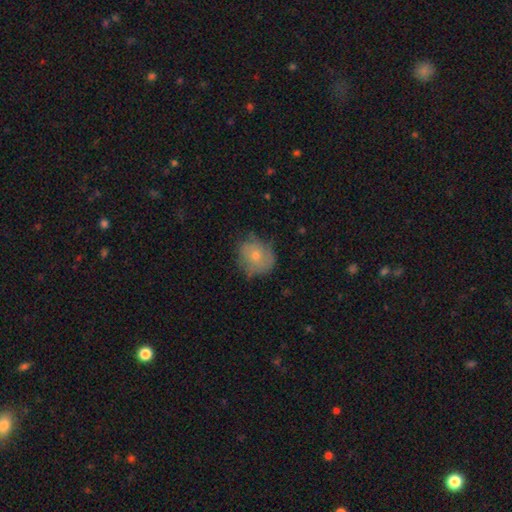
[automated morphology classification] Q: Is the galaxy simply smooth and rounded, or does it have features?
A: smooth — 64%.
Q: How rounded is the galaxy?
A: round — 77%.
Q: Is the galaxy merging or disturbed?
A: none — 62%.